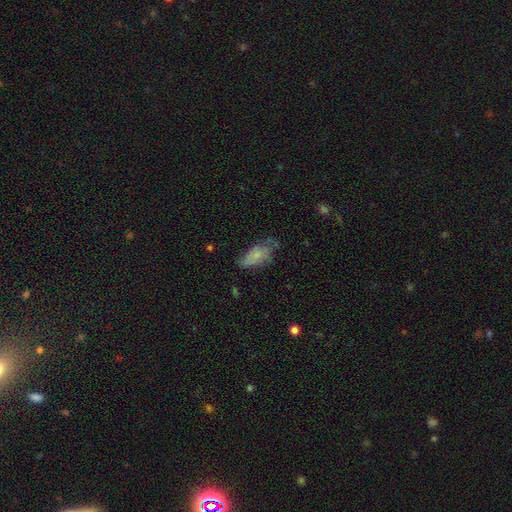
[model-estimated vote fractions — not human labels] Smooth or featured: smooth — 67% (featured or disk — 24%)
How rounded: in between — 89% (cigar-shaped — 8%)
Merging: none — 42% (minor disturbance — 37%)